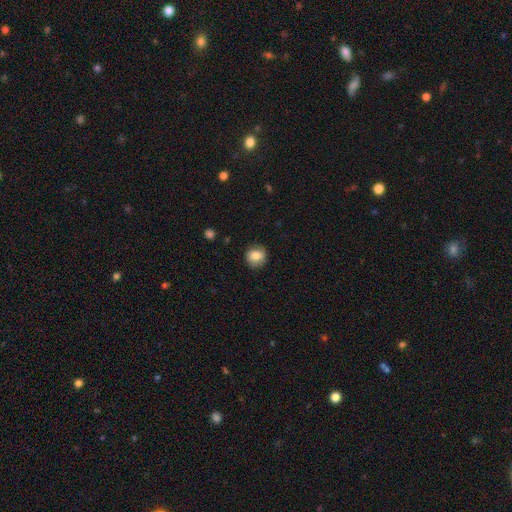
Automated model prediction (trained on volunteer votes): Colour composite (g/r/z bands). It shows a smooth galaxy with no disk features (81%) that is round (85%). Merging: none (84%).